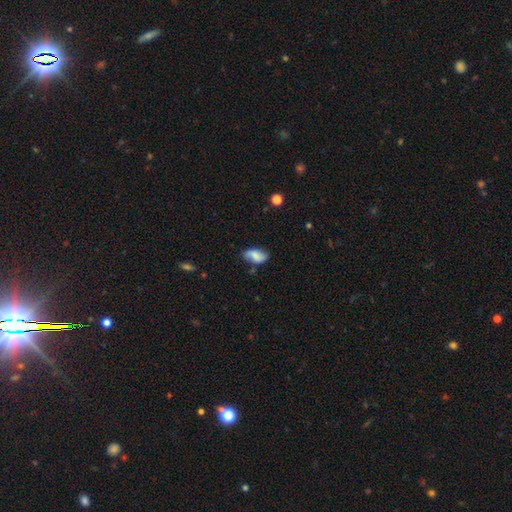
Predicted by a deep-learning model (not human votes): Smooth or featured? Predicted: smooth (p=0.61). How rounded? Predicted: in between (p=0.91). Merging? Predicted: none (p=0.63).